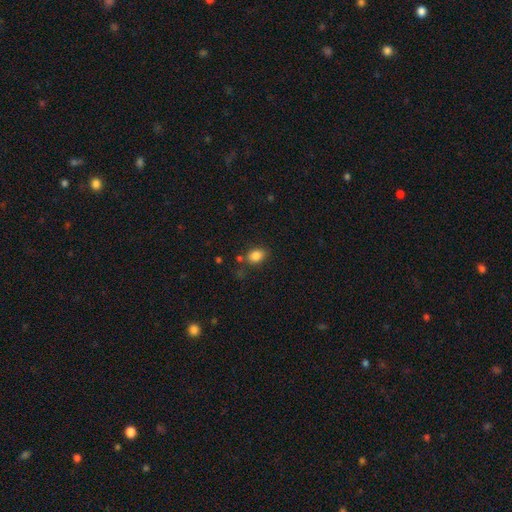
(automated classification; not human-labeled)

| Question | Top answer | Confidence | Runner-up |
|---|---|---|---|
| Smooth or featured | smooth | 84% | star or artifact (10%) |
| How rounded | in between | 70% | round (29%) |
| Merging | none | 72% | minor disturbance (16%) |